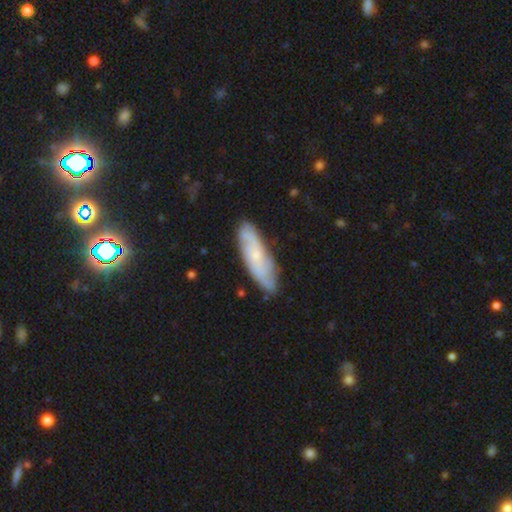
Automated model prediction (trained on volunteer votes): smooth_or_featured: featured or disk (p=0.63) [alt: smooth p=0.31]
disk_edge_on: no (p=0.80) [alt: yes p=0.20]
bar: no (p=0.71) [alt: weak p=0.24]
has_spiral_arms: yes (p=0.90) [alt: no p=0.10]
bulge_size: small (p=0.73) [alt: moderate p=0.19]
merging: none (p=0.80) [alt: minor disturbance p=0.16]